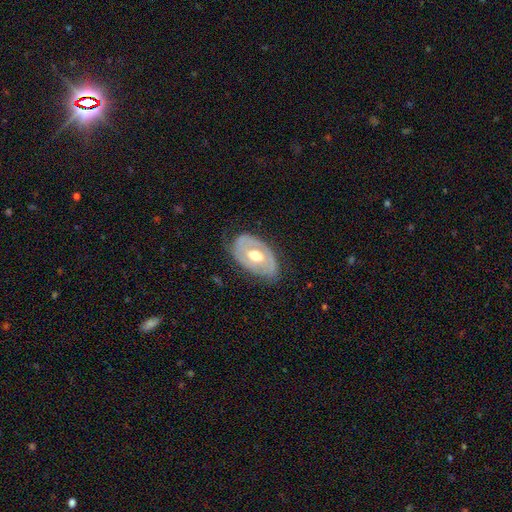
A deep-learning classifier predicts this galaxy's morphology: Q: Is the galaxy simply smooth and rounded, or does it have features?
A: featured or disk — 65%.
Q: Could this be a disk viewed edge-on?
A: no — 91%.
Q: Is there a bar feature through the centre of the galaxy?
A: no — 68%.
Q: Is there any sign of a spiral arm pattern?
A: no — 57%.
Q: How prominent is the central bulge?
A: moderate — 70%.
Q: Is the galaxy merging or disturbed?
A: none — 68%.